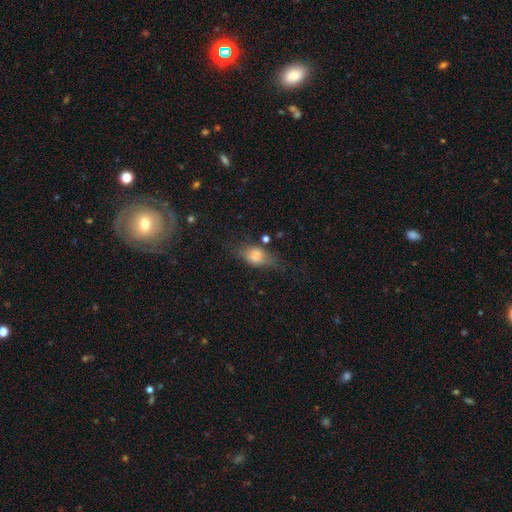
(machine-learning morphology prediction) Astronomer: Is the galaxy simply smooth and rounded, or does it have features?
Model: smooth — 64%.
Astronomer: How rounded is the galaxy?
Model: in between — 79%.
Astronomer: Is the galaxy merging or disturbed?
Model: none — 47% (runner-up: minor disturbance, 29%).